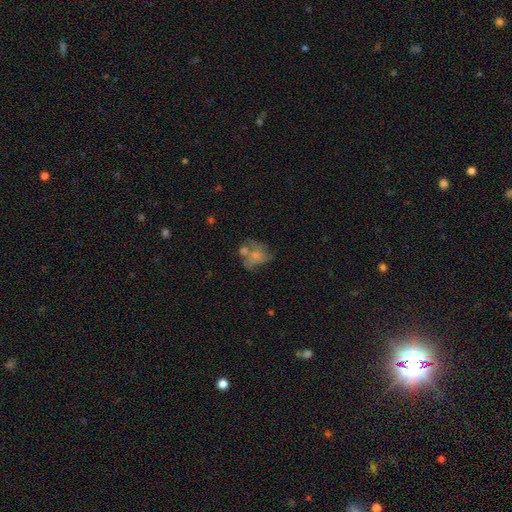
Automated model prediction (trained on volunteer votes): Smooth or featured? Predicted: smooth (p=0.47). Merging? Predicted: merger (p=0.29, tied with none).